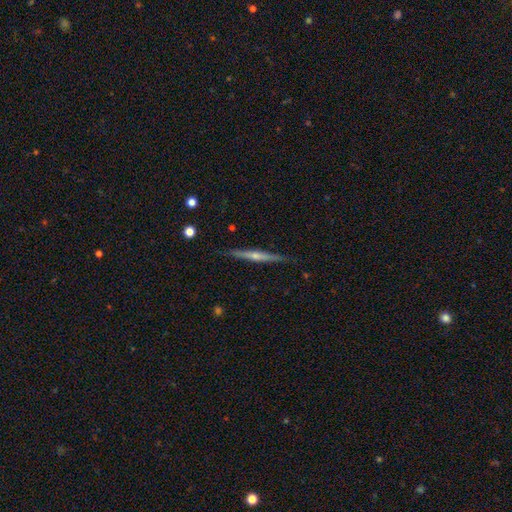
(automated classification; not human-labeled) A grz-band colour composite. It shows a featured or disk galaxy (71%) viewed edge-on (98%) with a rounded central bulge (70%). Merging: none (88%).